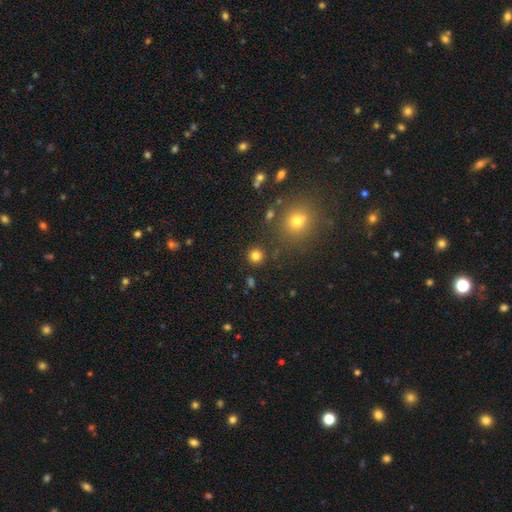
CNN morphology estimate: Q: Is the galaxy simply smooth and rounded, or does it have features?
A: smooth — 81%.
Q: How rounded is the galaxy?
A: round — 93%.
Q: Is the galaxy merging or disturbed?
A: none — 88%.